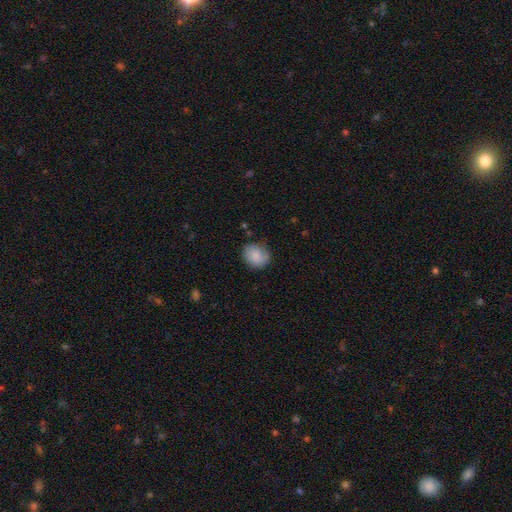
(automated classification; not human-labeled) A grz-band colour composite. It shows a smooth galaxy with no disk features (82%) that is round (70%). Merging: none (74%).